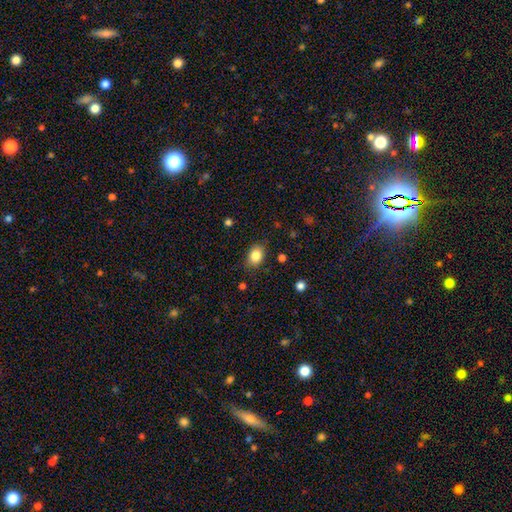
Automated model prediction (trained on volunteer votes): The model was most divided on "how rounded": in between: 73%, round: 26%, cigar-shaped: 1%. More confident: smooth or featured — smooth (84%); merging — none (82%).